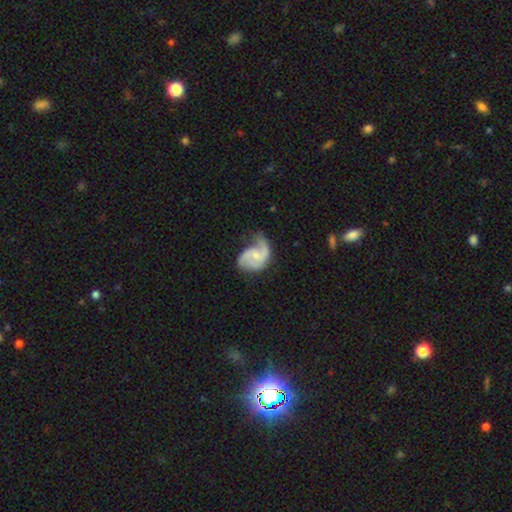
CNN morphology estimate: This is clearly a featured or disk galaxy (81%). It is clearly not viewed edge-on (98%). Bar: possibly no (51%). Spiral arm pattern: clearly yes (95%). Spiral arm count: likely 2 (77%). Spiral winding: possibly medium (46%). Central bulge: possibly small (56%). Merging: marginally none (44%).